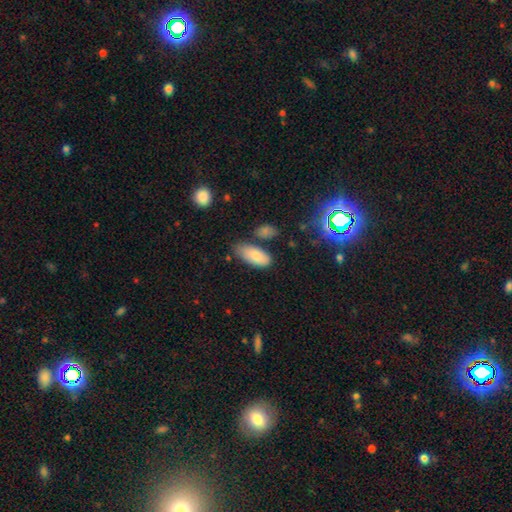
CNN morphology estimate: Overall: smooth (82%). How rounded: in between (89%). Merging: none (61%; minor disturbance 25%).